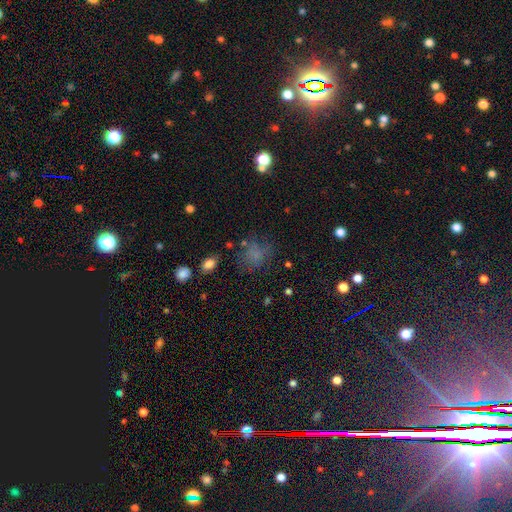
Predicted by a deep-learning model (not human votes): smooth 61%, star or artifact 23%, featured or disk 16%. Down the decision tree: how rounded — round (66%); merging — none (62%).